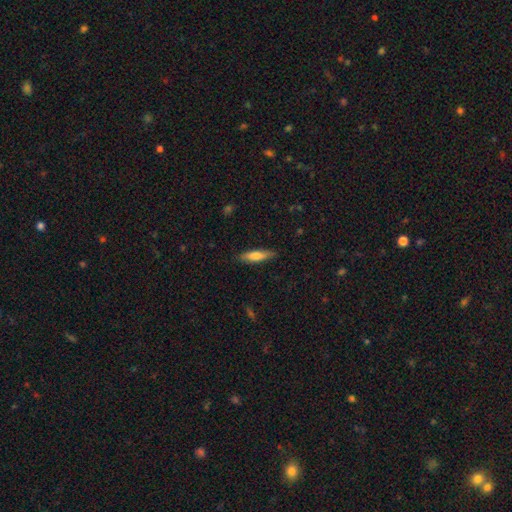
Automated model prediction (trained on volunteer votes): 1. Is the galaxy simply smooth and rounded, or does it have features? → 72% smooth, 22% featured or disk, 6% star or artifact.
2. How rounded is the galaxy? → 72% cigar-shaped, 26% in between, 2% round.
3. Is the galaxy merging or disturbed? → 85% none, 12% minor disturbance, 2% major disturbance, 1% merger.